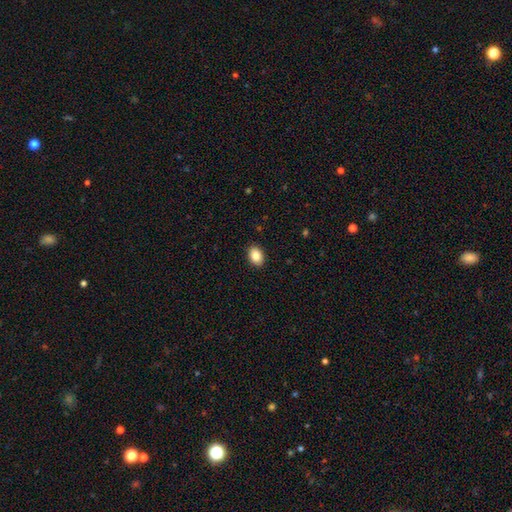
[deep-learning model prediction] Smooth or featured: smooth — 86% (star or artifact — 8%)
How rounded: in between — 77% (round — 22%)
Merging: none — 91% (minor disturbance — 7%)